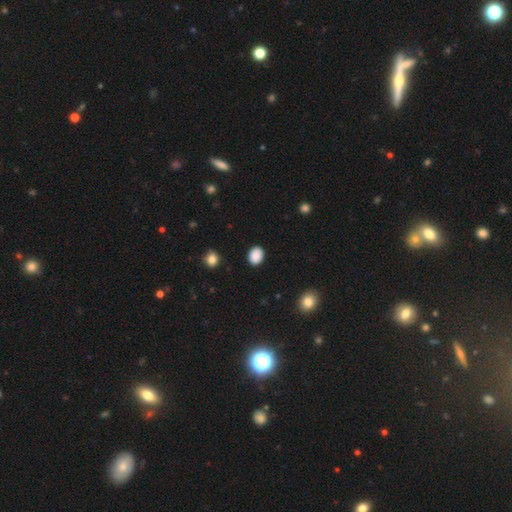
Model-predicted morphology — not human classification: The model was most divided on "how rounded": in between: 63%, round: 36%, cigar-shaped: 1%. More confident: merging — none (90%); smooth or featured — smooth (89%).